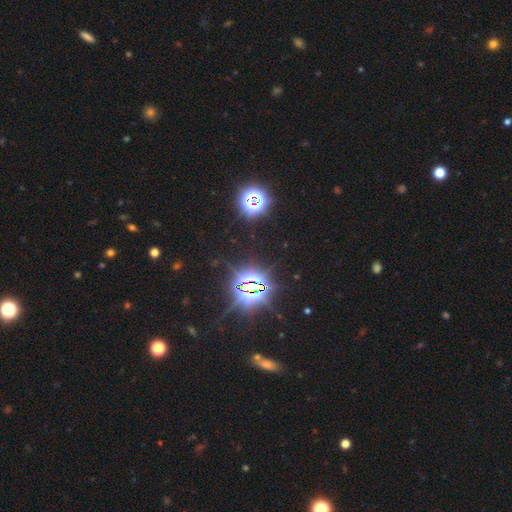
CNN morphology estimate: A star or artifact, not a galaxy (82%).